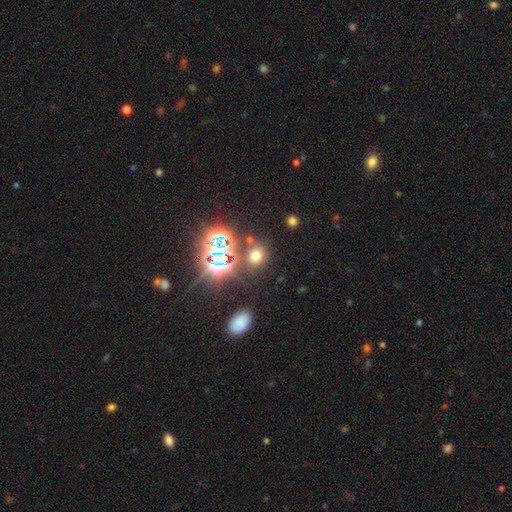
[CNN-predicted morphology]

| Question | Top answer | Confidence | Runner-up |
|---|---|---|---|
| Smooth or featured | smooth | 57% | star or artifact (35%) |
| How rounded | round | 65% | in between (34%) |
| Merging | none | 80% | minor disturbance (9%) |